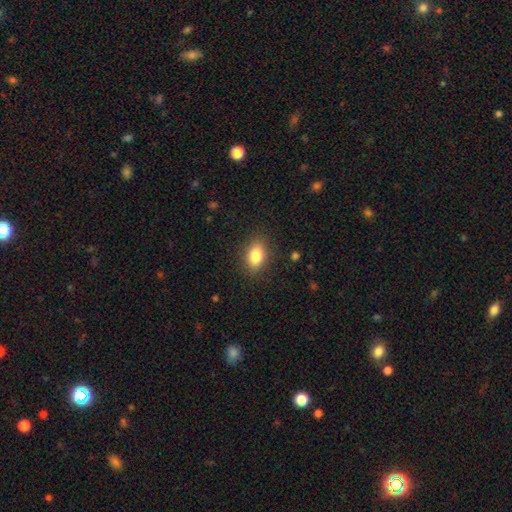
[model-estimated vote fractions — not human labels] Smooth or featured: smooth — 83% (star or artifact — 9%)
How rounded: in between — 80% (round — 17%)
Merging: none — 86% (minor disturbance — 10%)